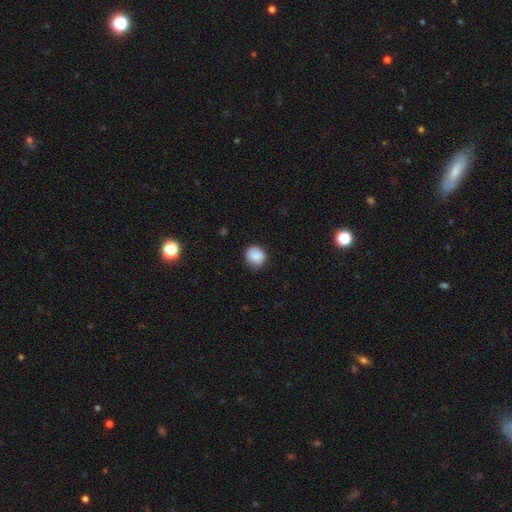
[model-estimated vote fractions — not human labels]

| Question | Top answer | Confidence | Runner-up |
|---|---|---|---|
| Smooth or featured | smooth | 86% | star or artifact (9%) |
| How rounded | round | 88% | in between (12%) |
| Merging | none | 84% | minor disturbance (12%) |